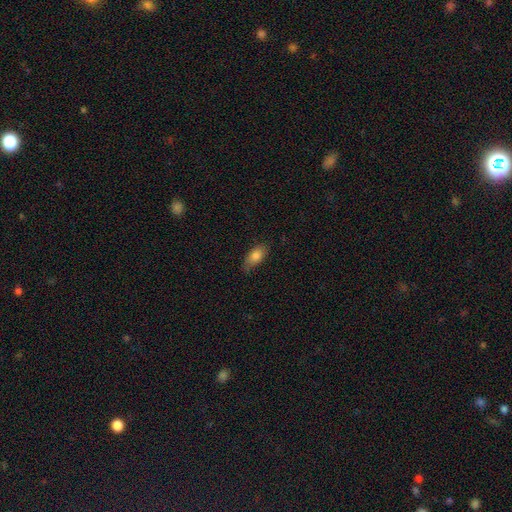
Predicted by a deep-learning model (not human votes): This appears to be a smooth galaxy with no disk features (80%) that is in between round and cigar-shaped (86%). Merging: none (68%).